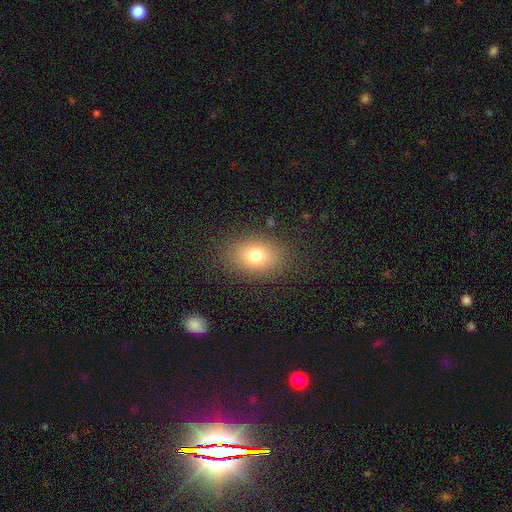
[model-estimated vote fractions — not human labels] smooth_or_featured: smooth (p=0.76) [alt: star or artifact p=0.12]
how_rounded: in between (p=0.69) [alt: round p=0.30]
merging: none (p=0.84) [alt: minor disturbance p=0.10]